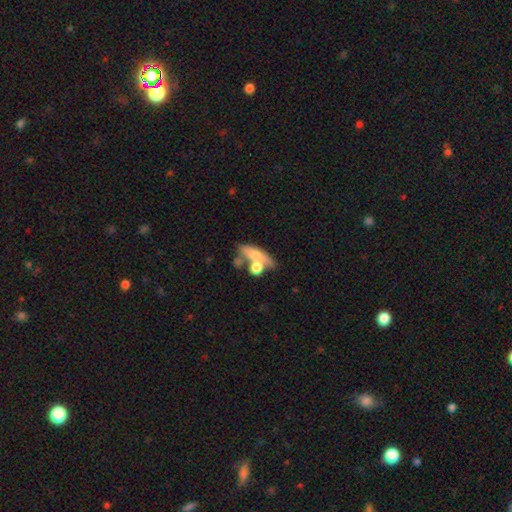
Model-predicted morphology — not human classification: type=smooth (63%); roundness=in between (50%); merging=merger (39%, tied with none).